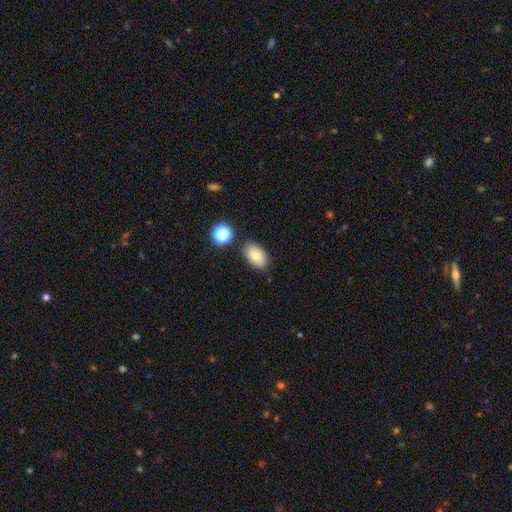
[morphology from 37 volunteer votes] Smooth or featured?
  - smooth: 81% *
  - featured or disk: 14%
  - star or artifact: 5%
How rounded?
  - in between: 83% *
  - round: 17%
  - cigar-shaped: 0%
Merging?
  - none: 83% *
  - minor disturbance: 14%
  - merger: 3%
  - major disturbance: 0%